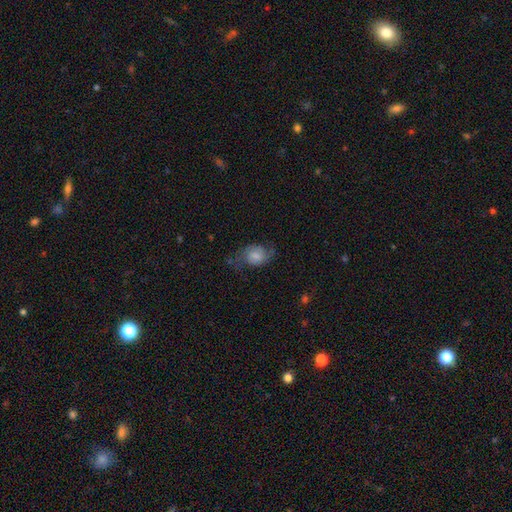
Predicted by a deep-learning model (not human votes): Morphology: type=smooth (48%); merging=none (50%).